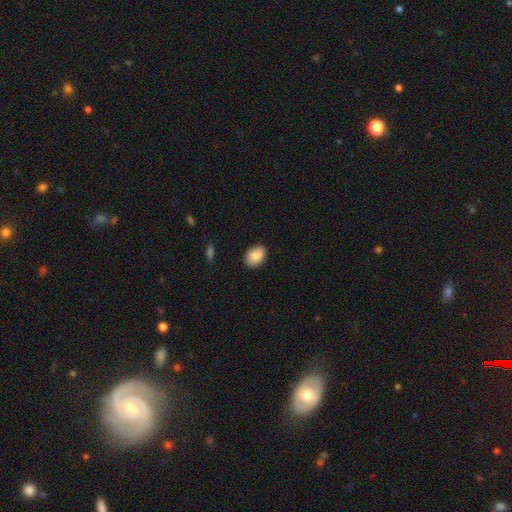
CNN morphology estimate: Smooth or featured? smooth (88%)
How rounded? in between (75%)
Merging? none (86%)